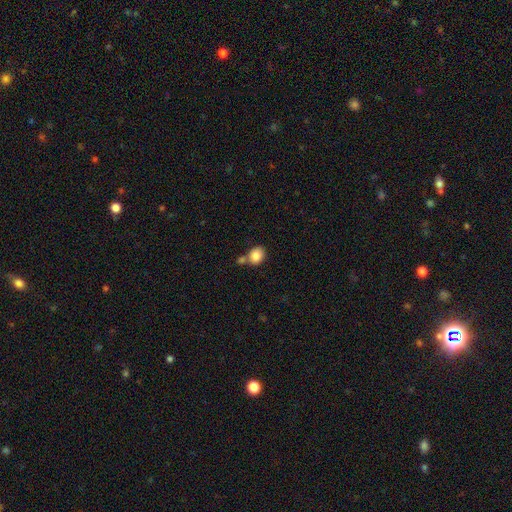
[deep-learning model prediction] Q: Smooth or featured?
A: smooth (85%); runner-up: star or artifact (8%)
Q: How rounded?
A: in between (50%); runner-up: round (49%)
Q: Merging?
A: none (54%); runner-up: merger (30%)